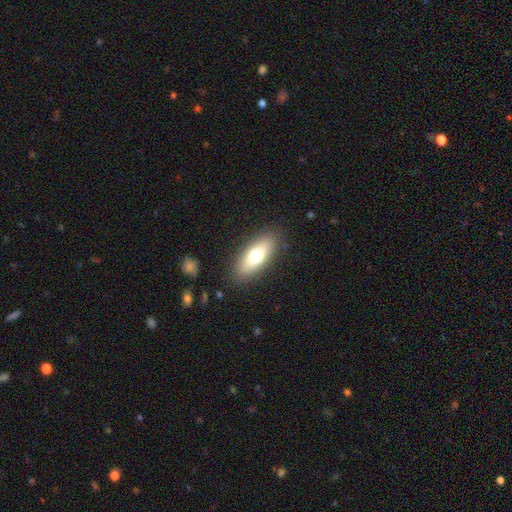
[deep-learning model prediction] This appears to be a smooth galaxy with no disk features (69%) that is in between round and cigar-shaped (72%). Merging: none (87%).